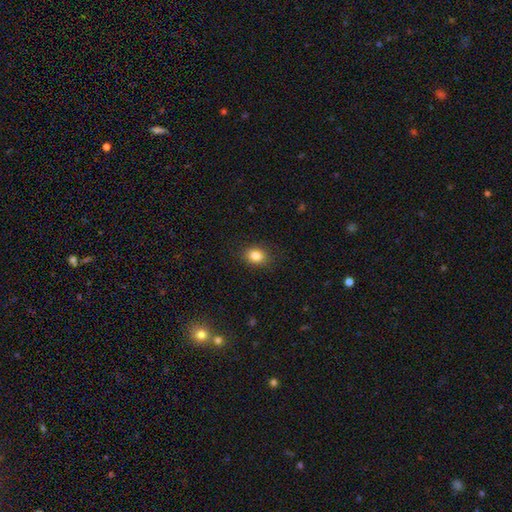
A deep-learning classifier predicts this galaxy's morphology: The model was most divided on "how rounded": in between: 52%, round: 47%, cigar-shaped: 1%. More confident: merging — none (87%); smooth or featured — smooth (84%).